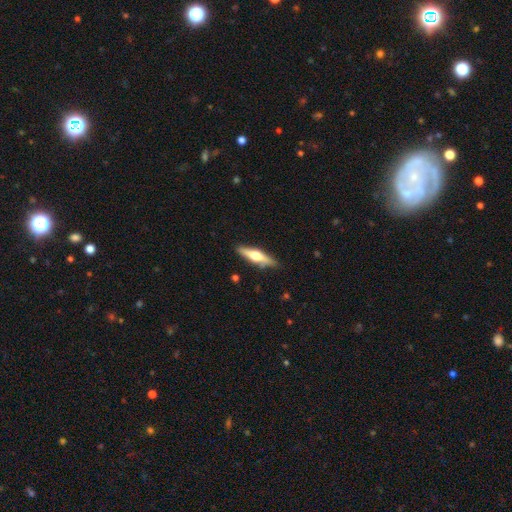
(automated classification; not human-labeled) Overall: featured or disk (57%; smooth 38%). Edge-on disk: yes (94%). Edge-on bulge: rounded (92%). Merging: none (85%).